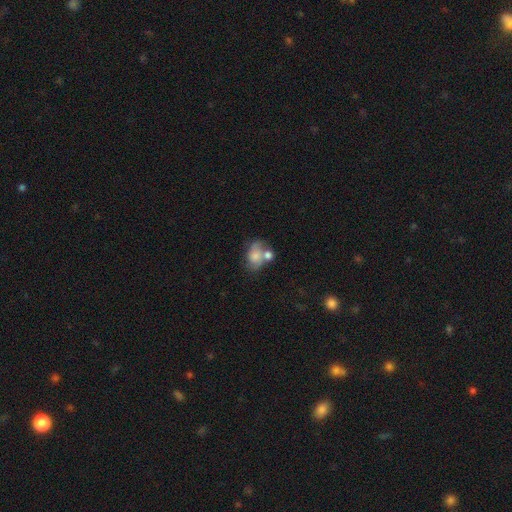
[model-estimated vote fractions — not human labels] Smooth or featured? Predicted: smooth (p=0.62). How rounded? Predicted: in between (p=0.69). Merging? Predicted: merger (p=0.43).